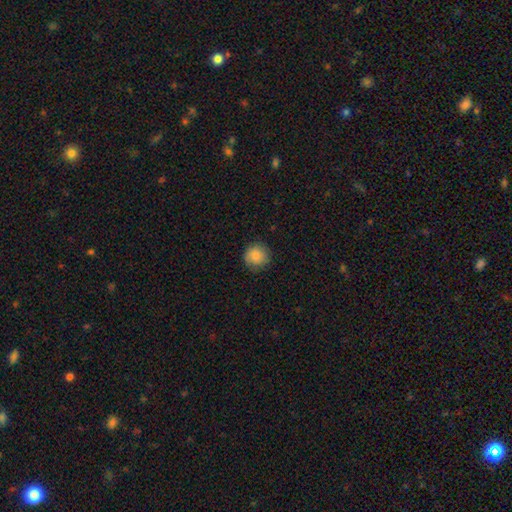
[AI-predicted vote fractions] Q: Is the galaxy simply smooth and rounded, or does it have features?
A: smooth — 86%.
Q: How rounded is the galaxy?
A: round — 92%.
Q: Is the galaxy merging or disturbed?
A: none — 86%.